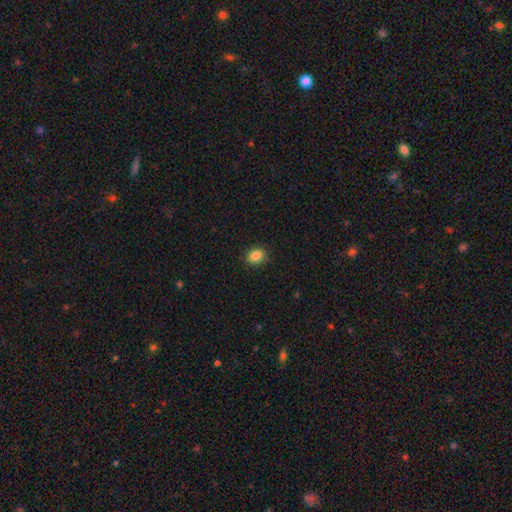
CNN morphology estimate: Smooth or featured? Predicted: smooth (p=0.87). How rounded? Predicted: round (p=0.51). Merging? Predicted: none (p=0.87).